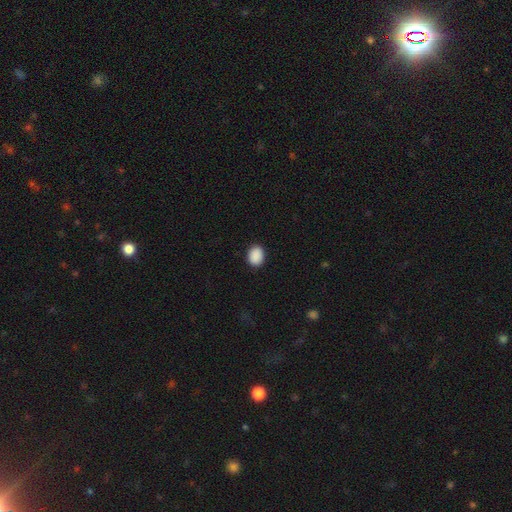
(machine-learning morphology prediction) smooth-or-featured: smooth: 90% | star or artifact: 7% | featured or disk: 2%
  how-rounded: in between: 60% | round: 39% | cigar-shaped: 1%
  merging: none: 89% | minor disturbance: 8% | major disturbance: 2% | merger: 1%